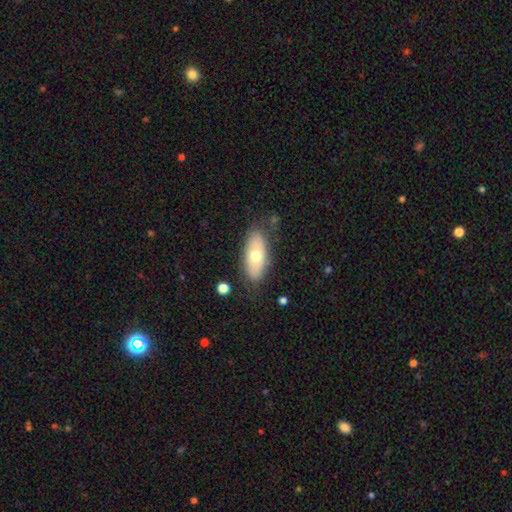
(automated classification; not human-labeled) Overall: smooth (63%; featured or disk 31%). How rounded: in between (86%). Merging: none (80%).